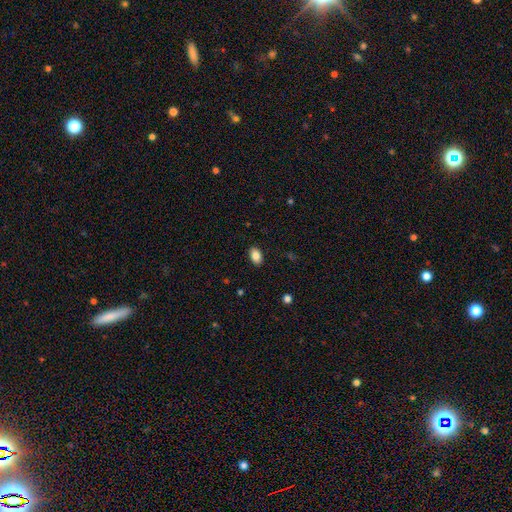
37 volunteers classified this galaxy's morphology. This is clearly a smooth galaxy (89%). How rounded: clearly in between (85%). Merging: likely none (79%).